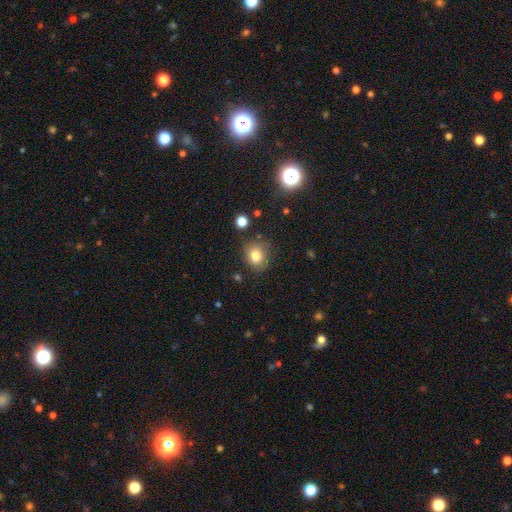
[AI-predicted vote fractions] smooth_or_featured: smooth (p=0.79) [alt: star or artifact p=0.12]
how_rounded: round (p=0.72) [alt: in between p=0.28]
merging: none (p=0.74) [alt: minor disturbance p=0.18]